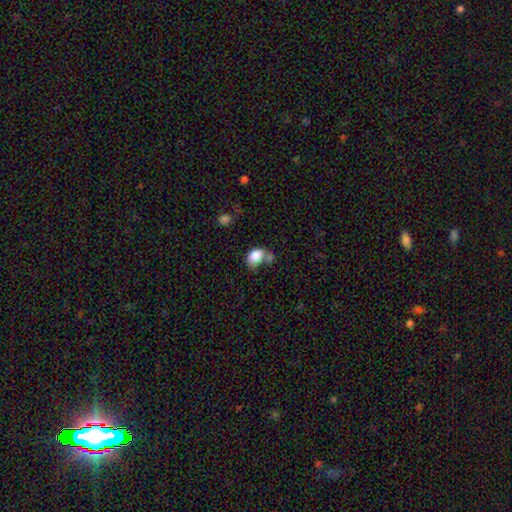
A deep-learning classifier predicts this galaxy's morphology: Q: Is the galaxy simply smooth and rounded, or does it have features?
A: smooth — 84%.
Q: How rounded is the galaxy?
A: in between — 74%.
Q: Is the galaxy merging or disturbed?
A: none — 38%.